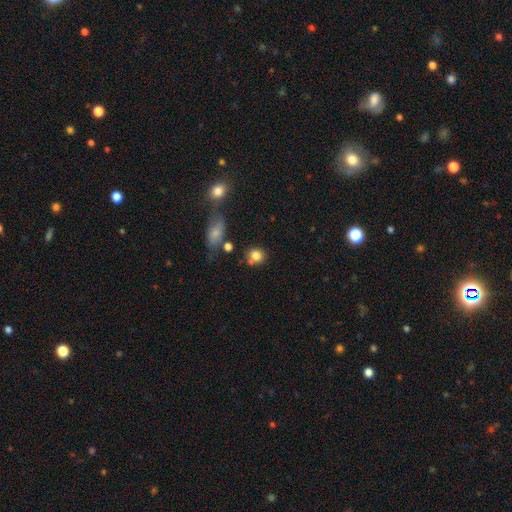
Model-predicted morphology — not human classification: Smooth or featured? Predicted: smooth (p=0.81). How rounded? Predicted: round (p=0.76). Merging? Predicted: none (p=0.62).